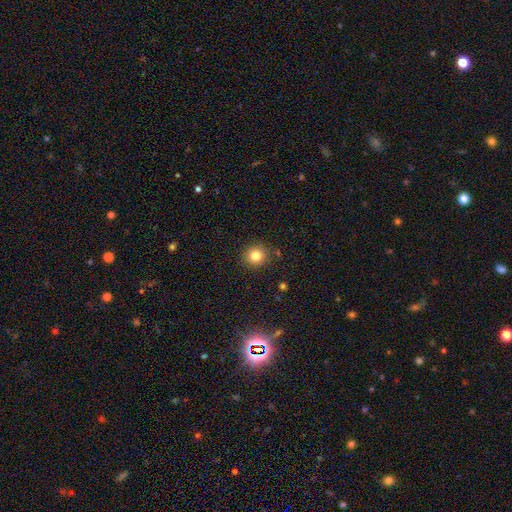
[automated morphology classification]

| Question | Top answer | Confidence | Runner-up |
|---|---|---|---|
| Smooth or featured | smooth | 82% | star or artifact (12%) |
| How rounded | round | 92% | in between (7%) |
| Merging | none | 89% | minor disturbance (7%) |